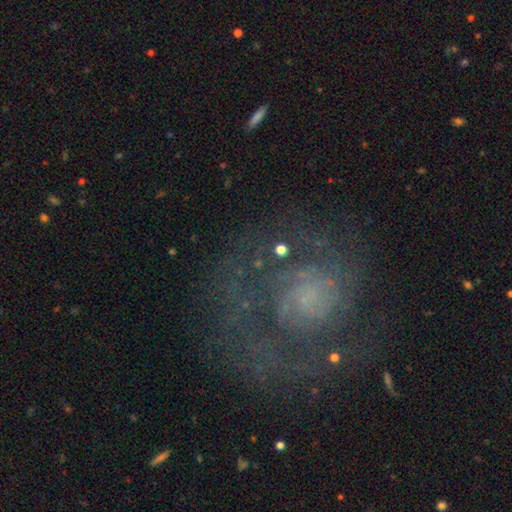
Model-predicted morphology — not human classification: Smooth or featured: featured or disk — 73% (smooth — 16%)
Edge-on disk: no — 98% (yes — 2%)
Bar: no — 79% (weak — 17%)
Spiral arms: yes — 79% (no — 21%)
Spiral winding: tight — 49% (medium — 34%)
Spiral arm count: 2 — 32% (can't tell — 31%)
Bulge size: small — 32% (tied with none — 32%)
Merging: none — 62% (major disturbance — 20%)